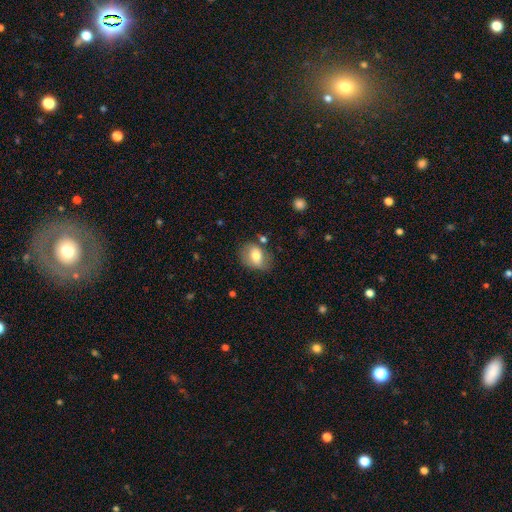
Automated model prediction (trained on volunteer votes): Smooth or featured? Predicted: smooth (p=0.70). How rounded? Predicted: in between (p=0.66). Merging? Predicted: none (p=0.67).